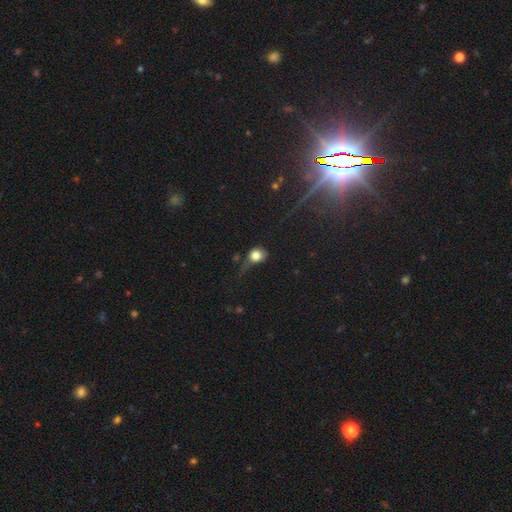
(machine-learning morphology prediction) Smooth or featured? smooth (77%)
How rounded? round (72%)
Merging? none (34%)